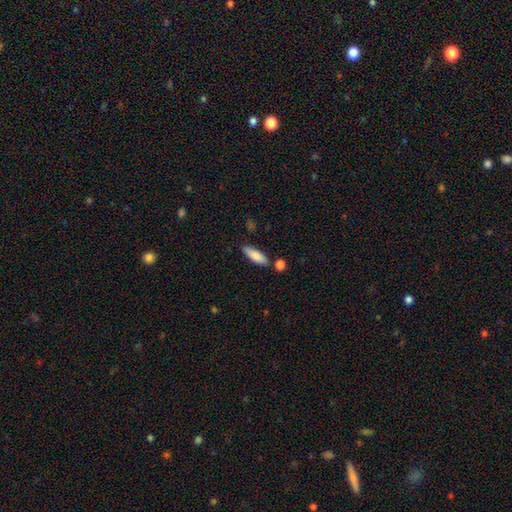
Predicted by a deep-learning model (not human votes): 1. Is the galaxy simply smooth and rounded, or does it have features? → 84% smooth, 10% featured or disk, 6% star or artifact.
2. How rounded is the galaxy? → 60% in between, 38% cigar-shaped, 2% round.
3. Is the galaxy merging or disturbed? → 78% none, 12% minor disturbance, 7% merger, 3% major disturbance.